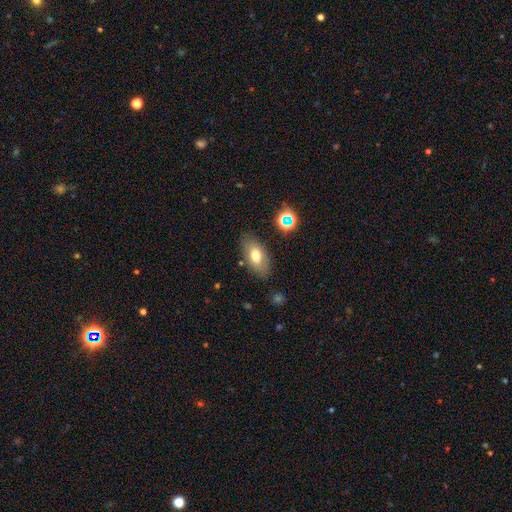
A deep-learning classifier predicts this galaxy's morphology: Smooth or featured? Predicted: smooth (p=0.69). How rounded? Predicted: in between (p=0.90). Merging? Predicted: none (p=0.81).